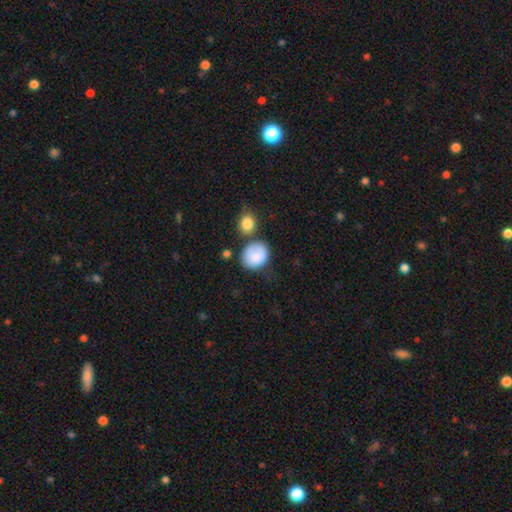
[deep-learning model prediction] A smooth galaxy with no disk features (83%) that is round (64%). Merging: none (54%).